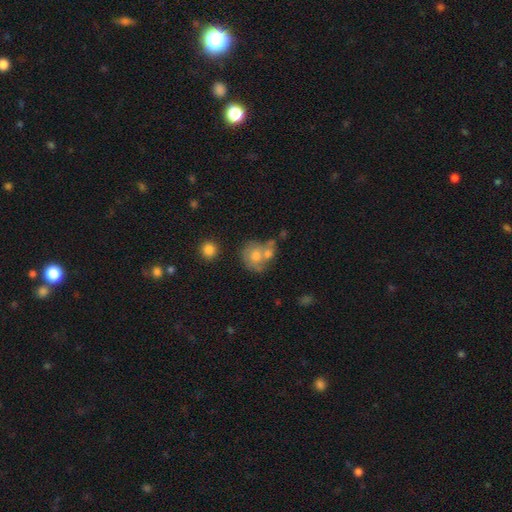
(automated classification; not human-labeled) This is likely a smooth galaxy (62%). How rounded: likely round (76%). Merging: marginally merger (44%).